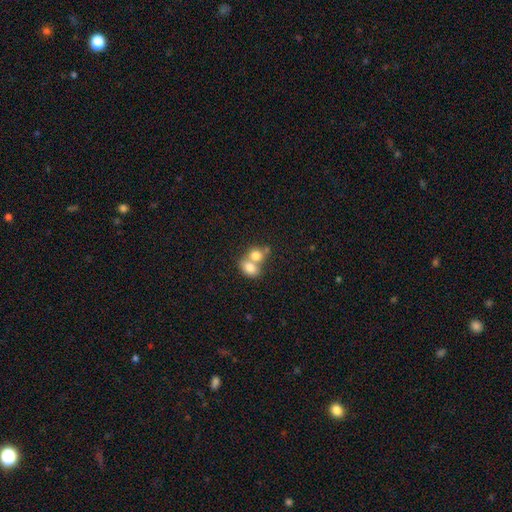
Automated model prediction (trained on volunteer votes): Smooth or featured: smooth — 77% (featured or disk — 15%)
How rounded: in between — 51% (round — 48%)
Merging: merger — 69% (none — 22%)